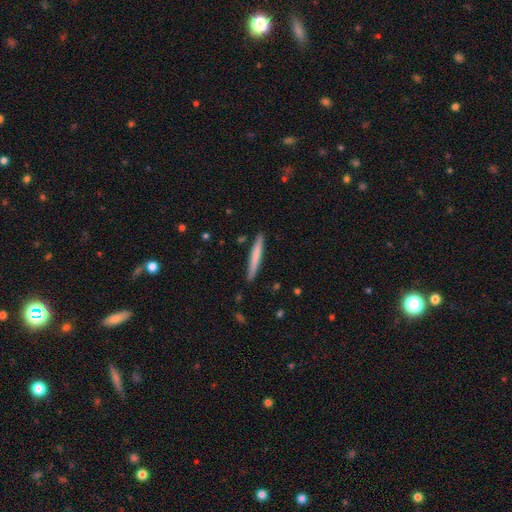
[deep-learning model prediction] This is likely a smooth galaxy (68%). How rounded: clearly cigar-shaped (96%). Merging: clearly none (90%).